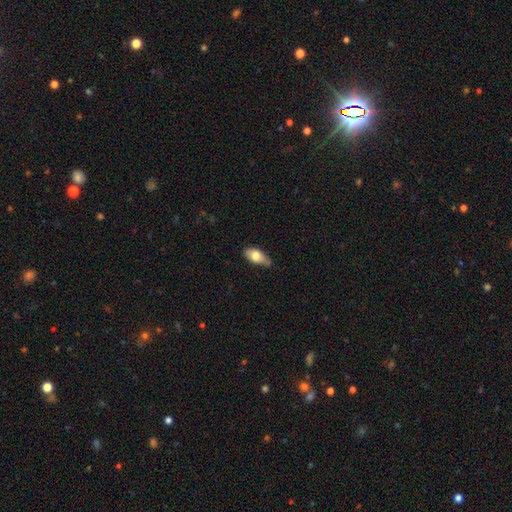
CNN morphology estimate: Q: Smooth or featured?
A: smooth (72%); runner-up: featured or disk (22%)
Q: How rounded?
A: in between (88%); runner-up: cigar-shaped (8%)
Q: Merging?
A: none (56%); runner-up: minor disturbance (35%)